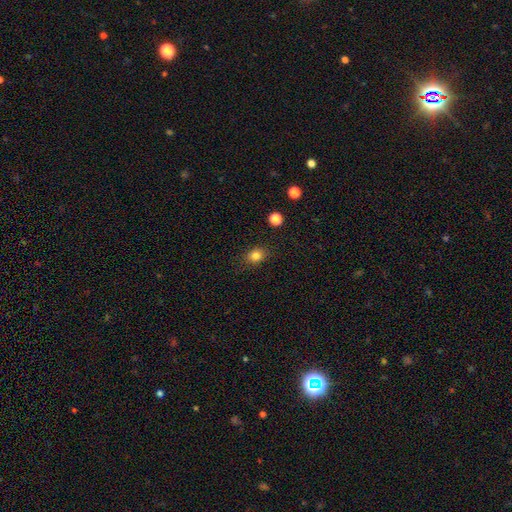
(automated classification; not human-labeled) smooth-or-featured: smooth: 82% | star or artifact: 12% | featured or disk: 6%
  how-rounded: round: 58% | in between: 41% | cigar-shaped: 1%
  merging: none: 86% | minor disturbance: 10% | major disturbance: 3% | merger: 1%